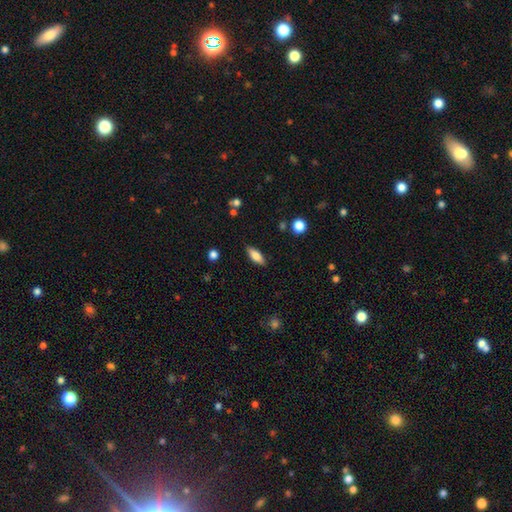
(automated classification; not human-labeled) smooth-or-featured: smooth: 76% | featured or disk: 17% | star or artifact: 7%
  how-rounded: in between: 72% | cigar-shaped: 26% | round: 2%
  merging: none: 86% | minor disturbance: 10% | major disturbance: 2% | merger: 1%